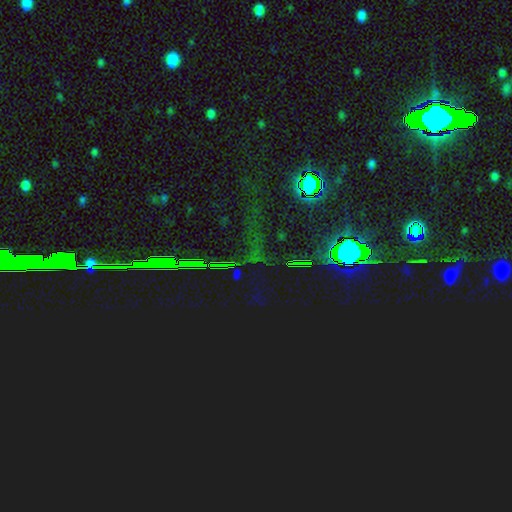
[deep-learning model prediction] Smooth or featured? Predicted: star or artifact (p=0.83).